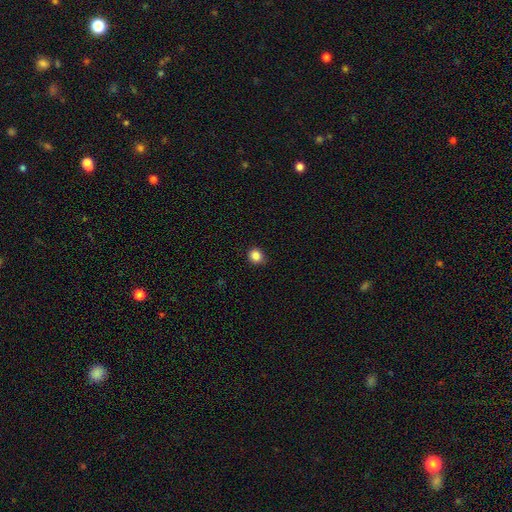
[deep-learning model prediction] smooth_or_featured: smooth (p=0.86) [alt: star or artifact p=0.11]
how_rounded: round (p=0.84) [alt: in between p=0.15]
merging: none (p=0.86) [alt: minor disturbance p=0.11]